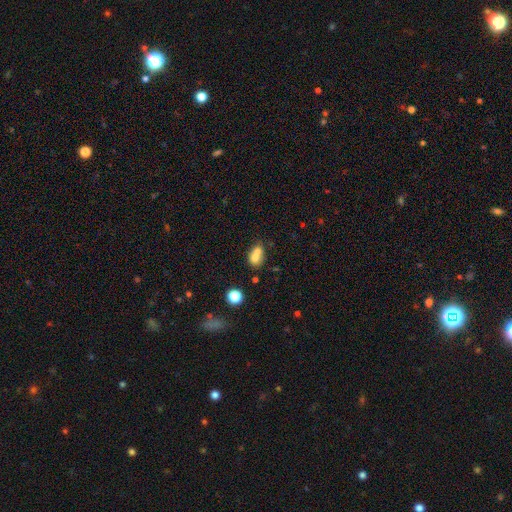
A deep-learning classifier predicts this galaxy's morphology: A smooth galaxy with no disk features (68%) that is round (59%).

Vote fractions:
- Smooth or featured? smooth: 68% / featured or disk: 20% / star or artifact: 12%
- How rounded? round: 59% / in between: 39% / cigar-shaped: 1%
- Merging? merger: 64% / none: 26% / minor disturbance: 7% / major disturbance: 3%